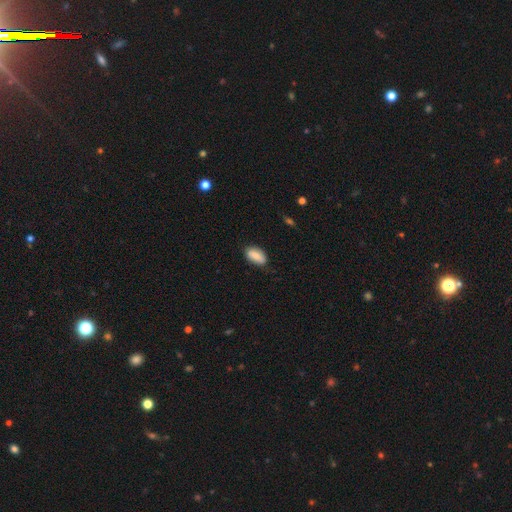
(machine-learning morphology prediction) Overall: smooth (82%). How rounded: in between (92%). Merging: none (79%).